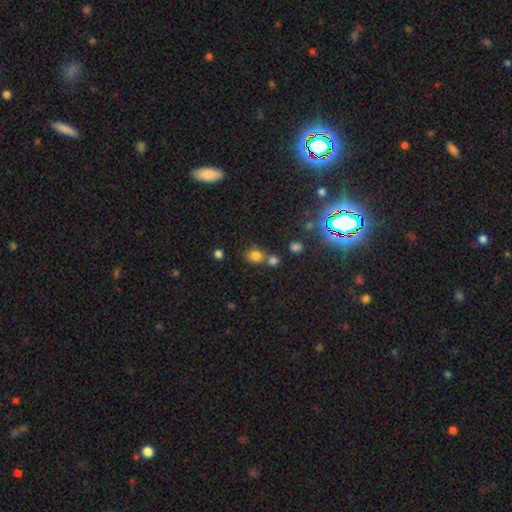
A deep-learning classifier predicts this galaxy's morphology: The model was most divided on "merging": none: 56%, merger: 30%, minor disturbance: 10%, major disturbance: 4%. More confident: smooth or featured — smooth (76%); how rounded — round (63%).